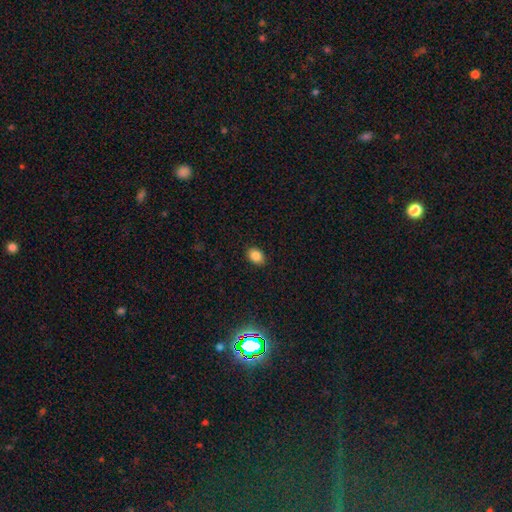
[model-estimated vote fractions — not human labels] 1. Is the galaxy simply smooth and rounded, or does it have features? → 86% smooth, 9% star or artifact, 5% featured or disk.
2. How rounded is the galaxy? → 70% in between, 29% round, 1% cigar-shaped.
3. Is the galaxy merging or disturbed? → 89% none, 8% minor disturbance, 2% major disturbance, 1% merger.